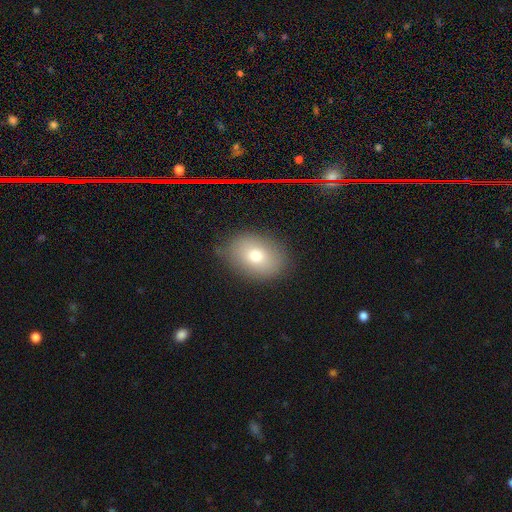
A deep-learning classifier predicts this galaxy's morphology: smooth-or-featured: smooth: 75% | featured or disk: 14% | star or artifact: 11%
  how-rounded: in between: 72% | round: 27% | cigar-shaped: 1%
  merging: none: 82% | minor disturbance: 13% | major disturbance: 3% | merger: 1%